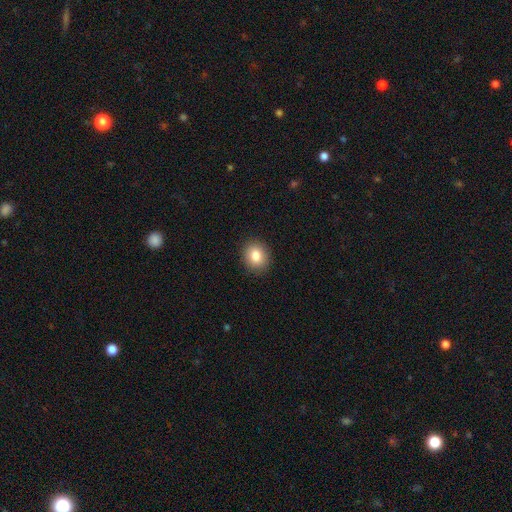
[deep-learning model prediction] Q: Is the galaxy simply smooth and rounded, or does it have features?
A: smooth — 84%.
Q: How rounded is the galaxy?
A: round — 70%.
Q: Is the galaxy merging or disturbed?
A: none — 90%.